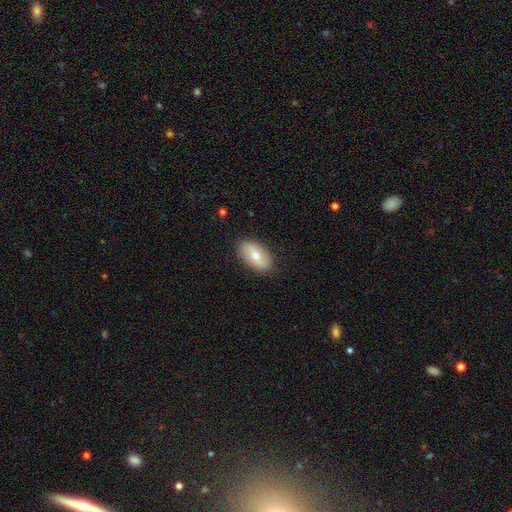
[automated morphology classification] This is likely a smooth galaxy (63%). How rounded: clearly in between (92%). Merging: clearly none (85%).